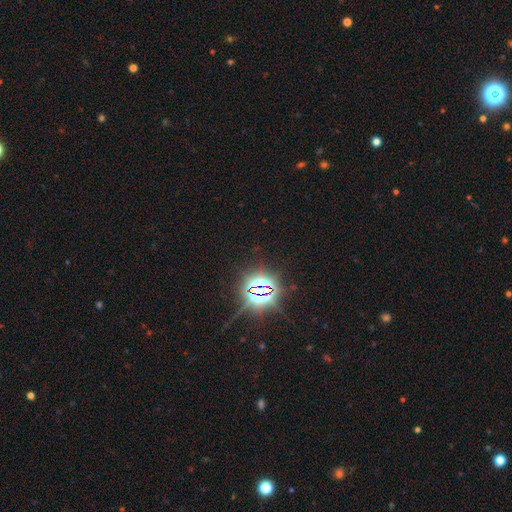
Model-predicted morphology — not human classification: type=star or artifact (84%).